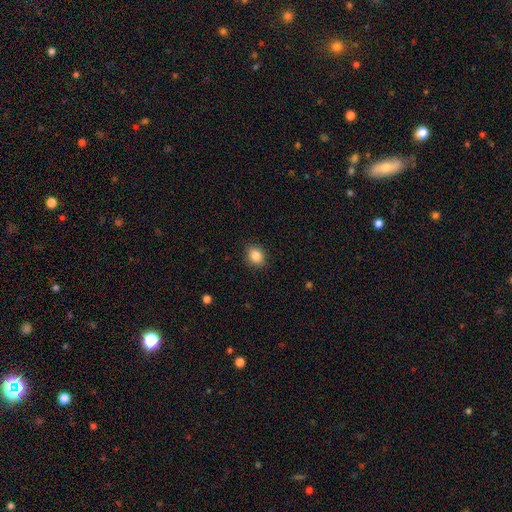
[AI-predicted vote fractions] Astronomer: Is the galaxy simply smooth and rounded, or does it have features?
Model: smooth — 86%.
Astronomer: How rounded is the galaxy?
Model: in between — 52% (runner-up: round, 47%).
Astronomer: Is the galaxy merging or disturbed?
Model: none — 88%.